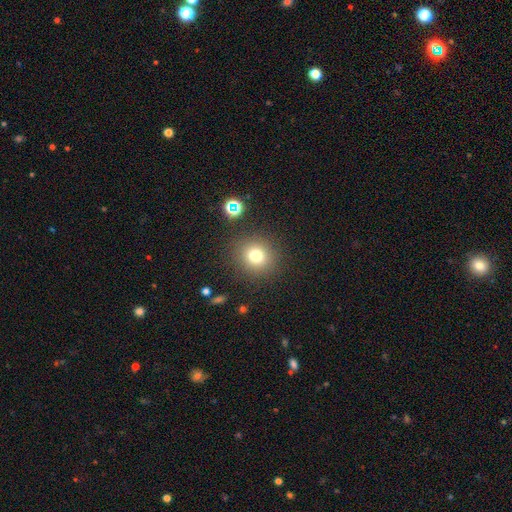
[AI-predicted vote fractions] smooth 76%, star or artifact 15%, featured or disk 8%. Down the decision tree: how rounded — round (89%); merging — none (87%).